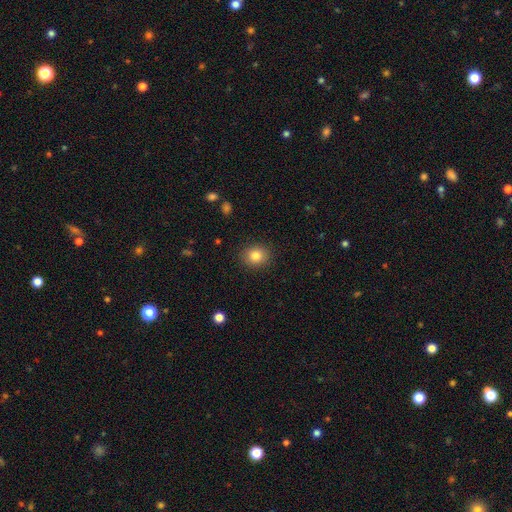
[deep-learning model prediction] The model was most divided on "how rounded": round: 71%, in between: 28%, cigar-shaped: 1%. More confident: merging — none (89%); smooth or featured — smooth (83%).